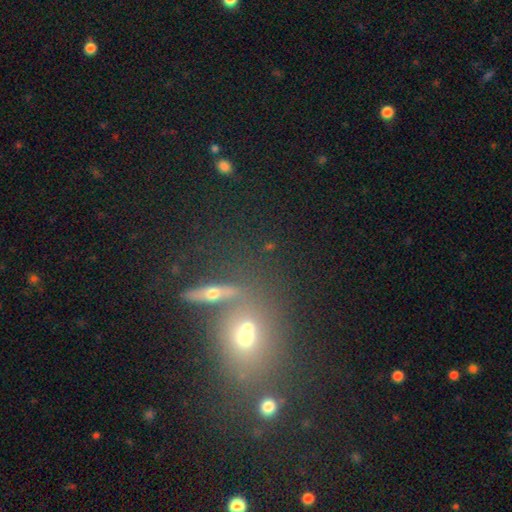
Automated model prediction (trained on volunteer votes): smooth 48%, star or artifact 32%, featured or disk 20%. Down the decision tree: merging — none (55%).